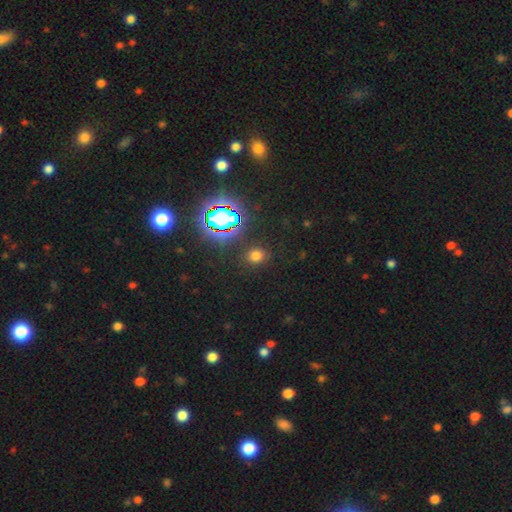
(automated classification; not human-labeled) Smooth or featured?
  - smooth: 66% *
  - star or artifact: 28%
  - featured or disk: 6%
How rounded?
  - round: 66% *
  - in between: 33%
  - cigar-shaped: 1%
Merging?
  - none: 87% *
  - minor disturbance: 8%
  - major disturbance: 3%
  - merger: 2%